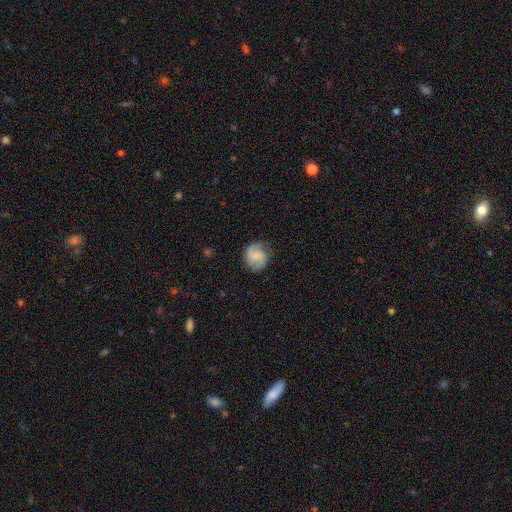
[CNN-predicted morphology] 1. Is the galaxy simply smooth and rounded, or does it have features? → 51% featured or disk, 41% smooth, 8% star or artifact.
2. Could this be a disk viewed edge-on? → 98% no, 2% yes.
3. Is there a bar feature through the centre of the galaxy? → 46% weak, 42% no, 12% strong.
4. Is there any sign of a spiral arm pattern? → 92% yes, 8% no.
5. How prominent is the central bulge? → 47% none, 29% small, 18% moderate, 5% large, 2% dominant.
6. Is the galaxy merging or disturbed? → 74% none, 18% minor disturbance, 7% major disturbance, 1% merger.